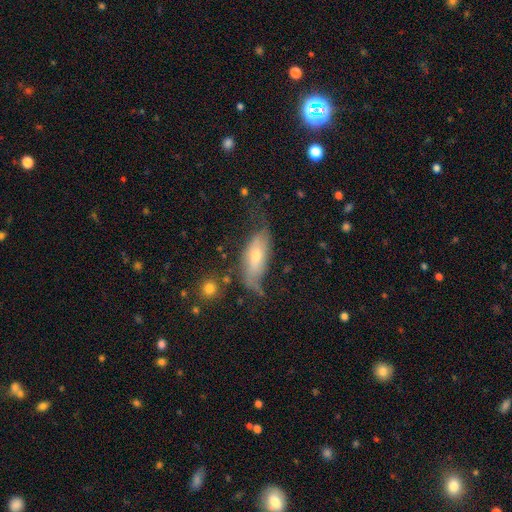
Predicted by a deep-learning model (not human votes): Morphology: type=featured or disk (47%); merging=none (45%).